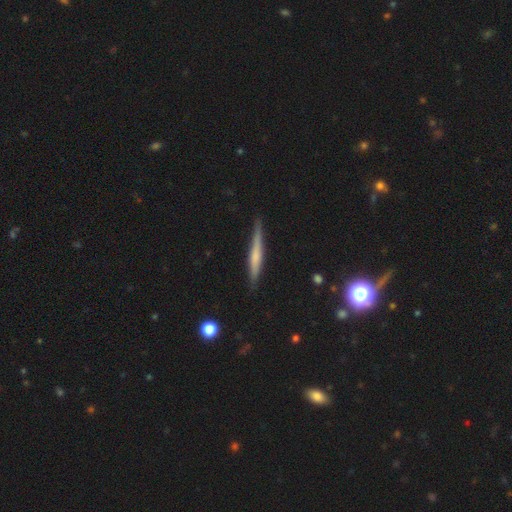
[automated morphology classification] featured or disk 49%, smooth 44%, star or artifact 7%. Down the decision tree: merging — none (86%).